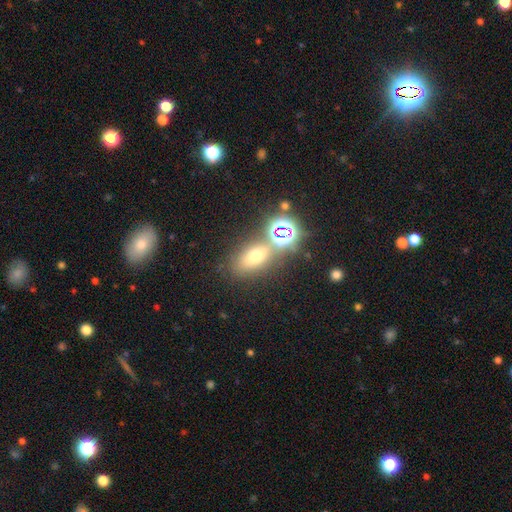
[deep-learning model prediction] Smooth or featured? Predicted: smooth (p=0.54). How rounded? Predicted: in between (p=0.66). Merging? Predicted: none (p=0.64).